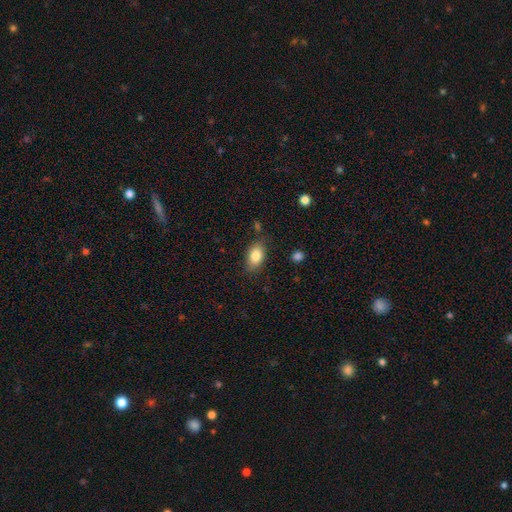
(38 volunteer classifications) smooth-or-featured: smooth: 84% | featured or disk: 8% | star or artifact: 8%
  how-rounded: in between: 91% | round: 9% | cigar-shaped: 0%
  merging: none: 86% | minor disturbance: 14% | major disturbance: 0% | merger: 0%